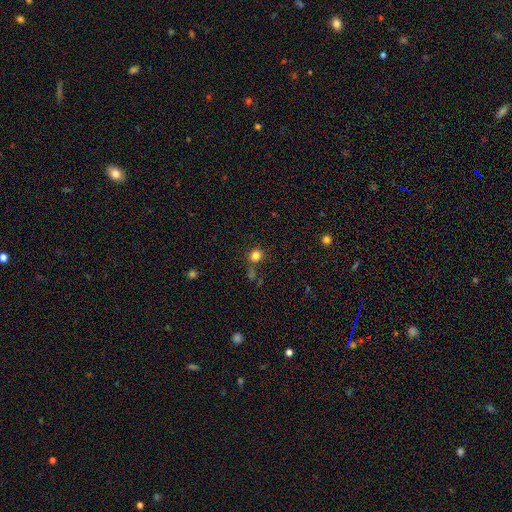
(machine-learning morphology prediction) smooth-or-featured: smooth: 81% | star or artifact: 14% | featured or disk: 5%
  how-rounded: round: 89% | in between: 10% | cigar-shaped: 1%
  merging: none: 74% | minor disturbance: 11% | merger: 10% | major disturbance: 4%